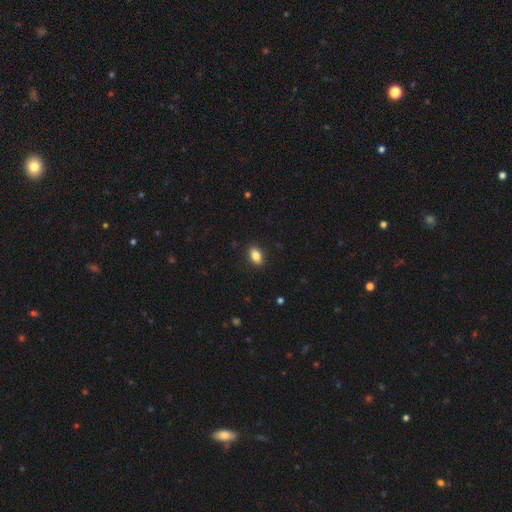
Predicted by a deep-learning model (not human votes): Overall: smooth (85%). How rounded: in between (87%). Merging: none (89%).